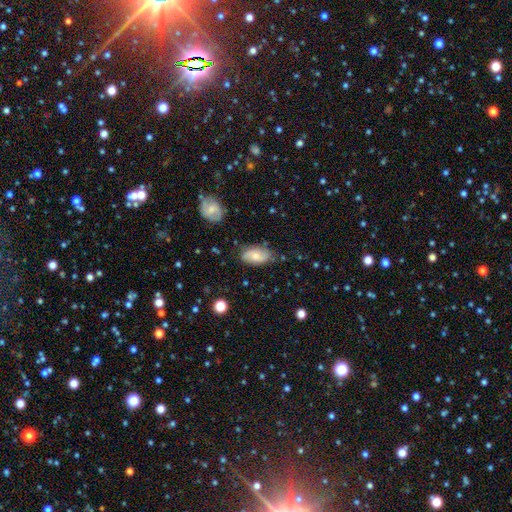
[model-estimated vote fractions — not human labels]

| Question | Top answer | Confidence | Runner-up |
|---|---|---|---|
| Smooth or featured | smooth | 59% | featured or disk (33%) |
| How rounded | in between | 92% | round (5%) |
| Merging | none | 71% | minor disturbance (22%) |